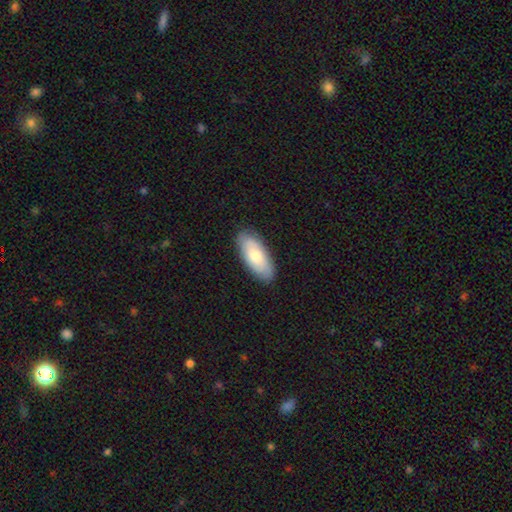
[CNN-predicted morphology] This appears to be a smooth galaxy with no disk features (70%) that is in between round and cigar-shaped (85%). Merging: none (86%).